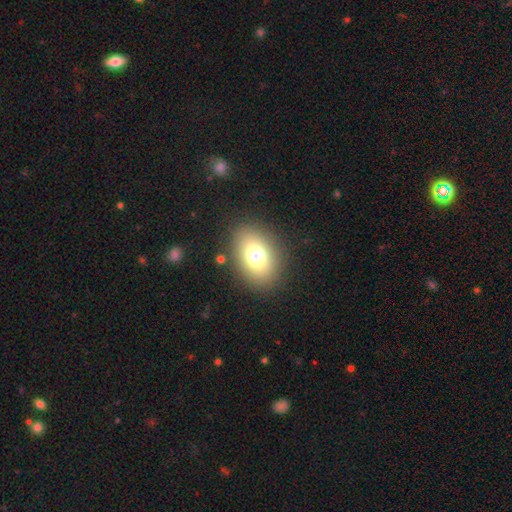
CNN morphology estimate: type=smooth (75%); roundness=in between (74%); merging=none (86%).